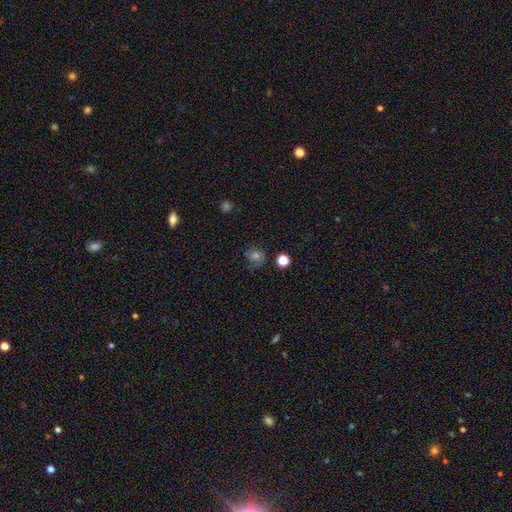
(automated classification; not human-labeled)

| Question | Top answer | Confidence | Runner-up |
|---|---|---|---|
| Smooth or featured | smooth | 53% | featured or disk (29%) |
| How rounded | round | 78% | in between (21%) |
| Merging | none | 67% | minor disturbance (21%) |